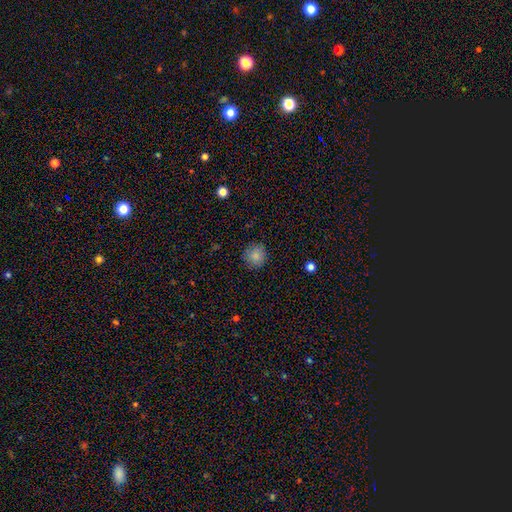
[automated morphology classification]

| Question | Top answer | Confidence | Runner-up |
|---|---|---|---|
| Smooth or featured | smooth | 85% | star or artifact (10%) |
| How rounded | round | 89% | in between (10%) |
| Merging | none | 85% | minor disturbance (11%) |